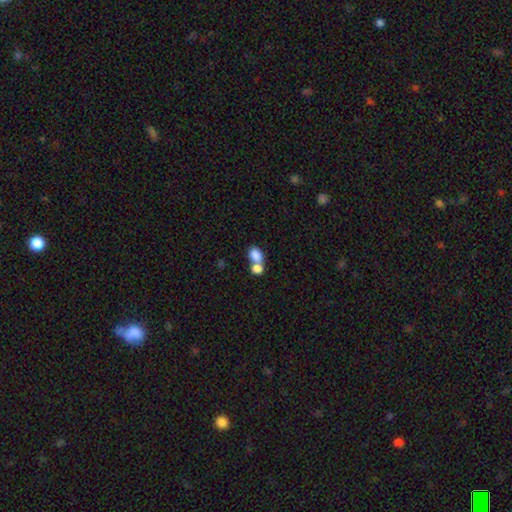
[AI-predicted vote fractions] The model was most divided on "how rounded": in between: 62%, round: 37%, cigar-shaped: 1%. More confident: smooth or featured — smooth (83%); merging — merger (62%).